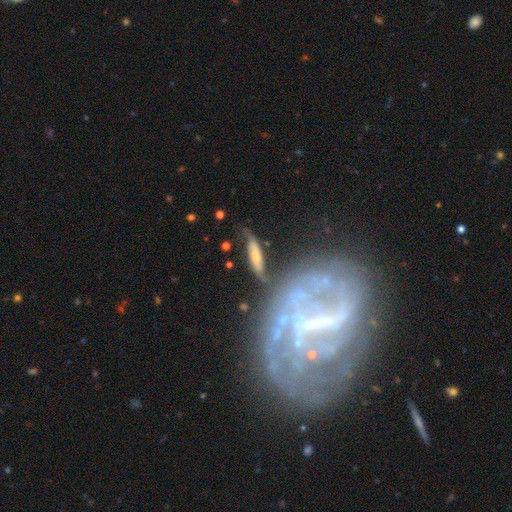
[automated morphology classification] smooth-or-featured: featured or disk: 55% | smooth: 37% | star or artifact: 8%
  disk-edge-on: no: 68% | yes: 32%
  merging: none: 55% | minor disturbance: 23% | major disturbance: 11% | merger: 11%